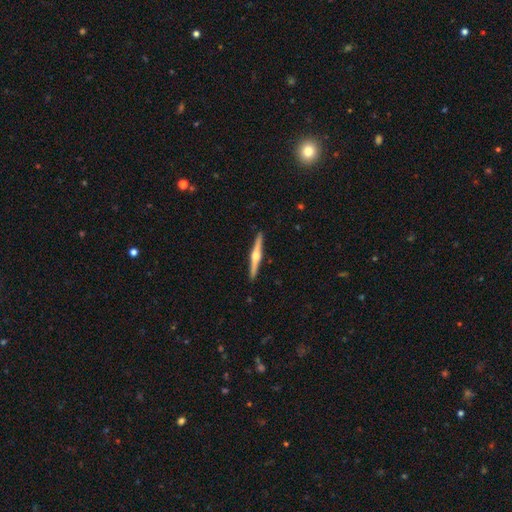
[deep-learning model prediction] smooth-or-featured: featured or disk: 80% | smooth: 16% | star or artifact: 4%
  disk-edge-on: yes: 99% | no: 1%
    edge-on-bulge: rounded: 94% | boxy: 4% | none: 2%
  merging: none: 92% | minor disturbance: 5% | major disturbance: 1% | merger: 1%